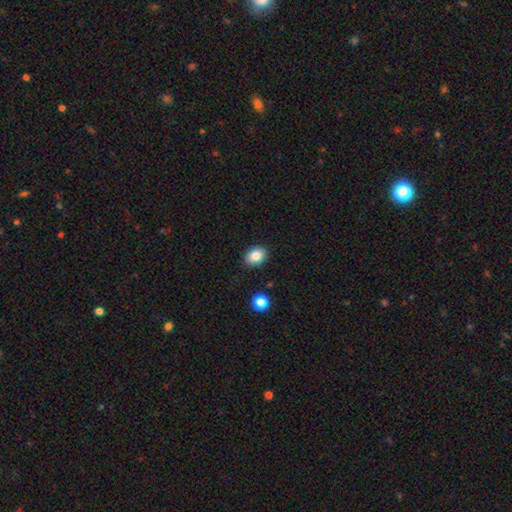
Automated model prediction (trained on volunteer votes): smooth 85%, star or artifact 9%, featured or disk 6%. Down the decision tree: how rounded — in between (60%); merging — none (88%).